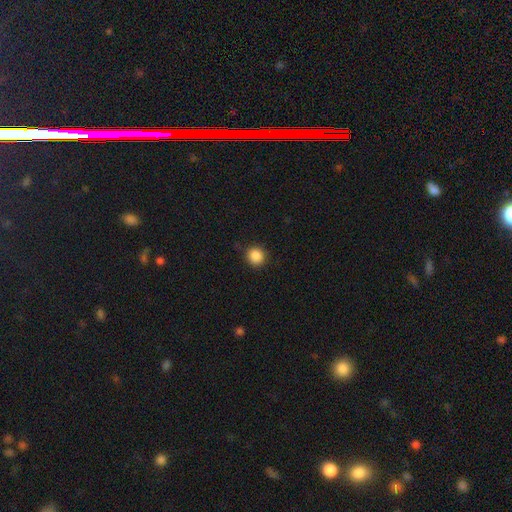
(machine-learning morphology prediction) Smooth or featured? Predicted: smooth (p=0.88). How rounded? Predicted: round (p=0.90). Merging? Predicted: none (p=0.87).